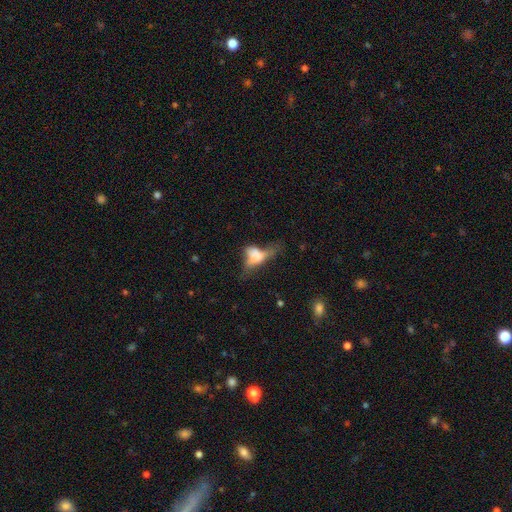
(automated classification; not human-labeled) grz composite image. It shows a smooth galaxy with no disk features (52%) that is in between round and cigar-shaped (76%). Merging: major disturbance (44%).